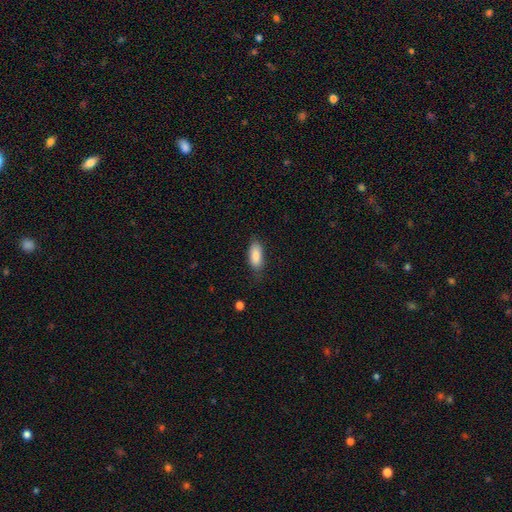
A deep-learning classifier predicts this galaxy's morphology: A smooth galaxy with no disk features (86%) that is in between round and cigar-shaped (82%). Merging: none (75%).